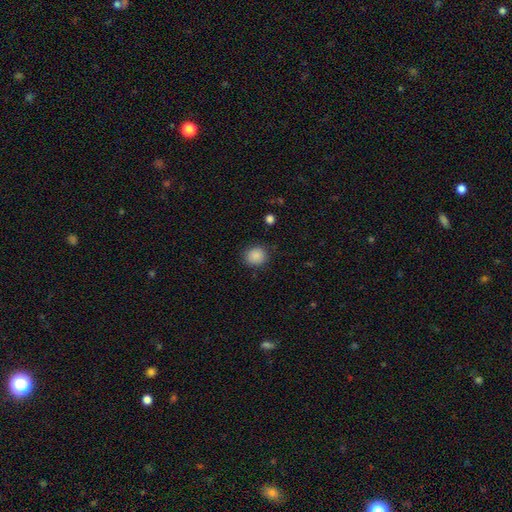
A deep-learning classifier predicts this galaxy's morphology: A smooth galaxy with no disk features (88%) that is round (82%).

Vote fractions:
- Smooth or featured? smooth: 88% / star or artifact: 9% / featured or disk: 3%
- How rounded? round: 82% / in between: 17% / cigar-shaped: 1%
- Merging? none: 87% / minor disturbance: 9% / major disturbance: 3% / merger: 1%